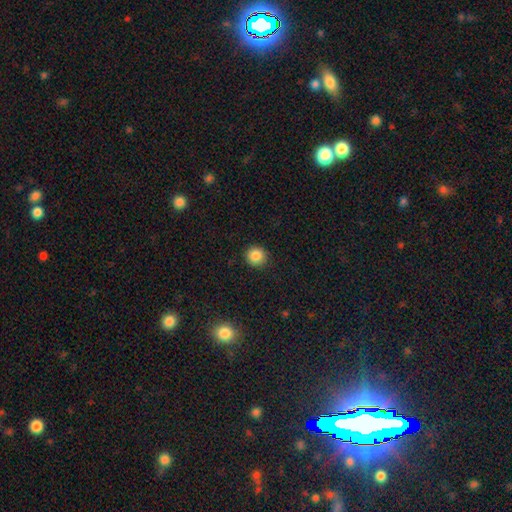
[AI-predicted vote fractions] smooth_or_featured: smooth (p=0.86) [alt: star or artifact p=0.10]
how_rounded: round (p=0.92) [alt: in between p=0.07]
merging: none (p=0.91) [alt: minor disturbance p=0.06]